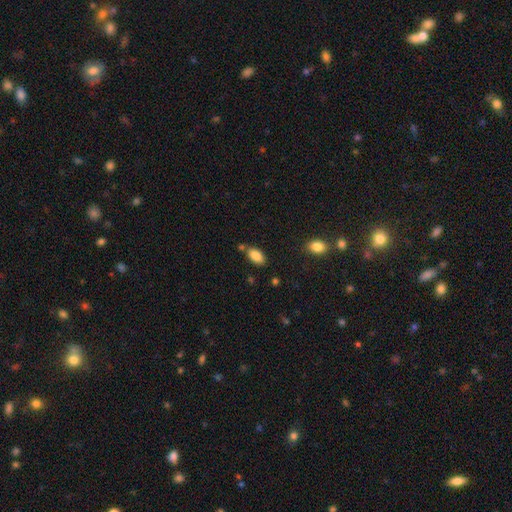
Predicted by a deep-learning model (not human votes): A smooth galaxy with no disk features (87%) that is in between round and cigar-shaped (93%).

Vote fractions:
- Smooth or featured? smooth: 87% / star or artifact: 8% / featured or disk: 5%
- How rounded? in between: 93% / round: 4% / cigar-shaped: 3%
- Merging? none: 70% / minor disturbance: 14% / merger: 12% / major disturbance: 3%